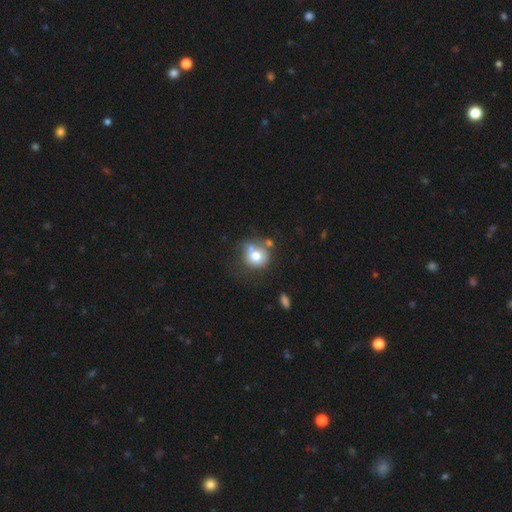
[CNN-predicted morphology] Smooth or featured? Predicted: smooth (p=0.71). How rounded? Predicted: round (p=0.82). Merging? Predicted: none (p=0.48).